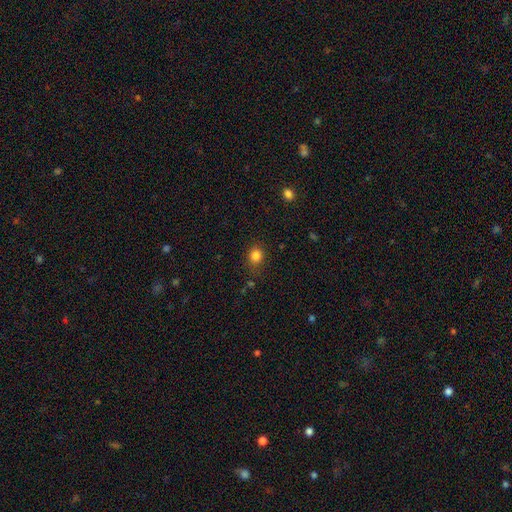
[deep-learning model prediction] smooth-or-featured: smooth: 82% | star or artifact: 13% | featured or disk: 5%
  how-rounded: round: 73% | in between: 26% | cigar-shaped: 1%
  merging: none: 79% | minor disturbance: 14% | major disturbance: 4% | merger: 2%